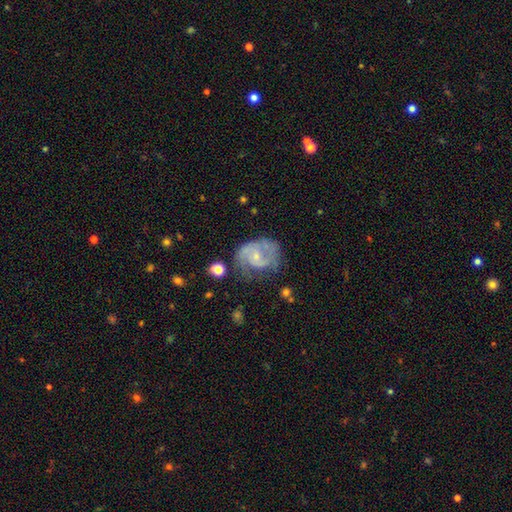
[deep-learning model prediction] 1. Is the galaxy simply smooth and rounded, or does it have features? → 74% featured or disk, 19% smooth, 7% star or artifact.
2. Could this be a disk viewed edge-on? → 98% no, 2% yes.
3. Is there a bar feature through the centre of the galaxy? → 57% no, 36% weak, 6% strong.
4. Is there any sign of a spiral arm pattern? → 87% yes, 13% no.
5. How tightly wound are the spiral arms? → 47% medium, 31% tight, 23% loose.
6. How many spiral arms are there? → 62% 2, 19% can't tell, 8% 1, 7% 3, 2% 4, 2% more than 4.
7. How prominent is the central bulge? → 70% small, 22% moderate, 6% none, 1% large, 1% dominant.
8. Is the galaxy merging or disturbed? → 53% none, 26% minor disturbance, 19% major disturbance, 3% merger.